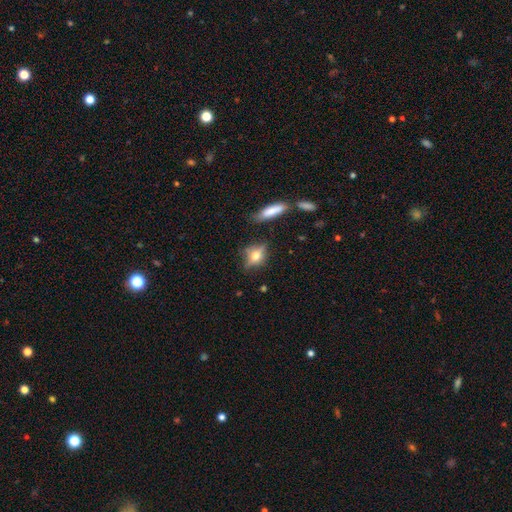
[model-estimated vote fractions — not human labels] A smooth galaxy with no disk features (51%) that is in between round and cigar-shaped (54%).

Vote fractions:
- Smooth or featured? smooth: 51% / featured or disk: 36% / star or artifact: 13%
- How rounded? in between: 54% / round: 30% / cigar-shaped: 16%
- Merging? none: 71% / minor disturbance: 18% / major disturbance: 6% / merger: 4%